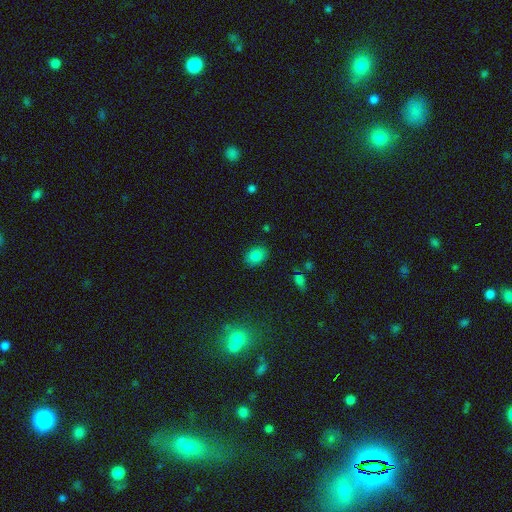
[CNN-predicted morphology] type=smooth (83%); roundness=in between (68%); merging=none (87%).